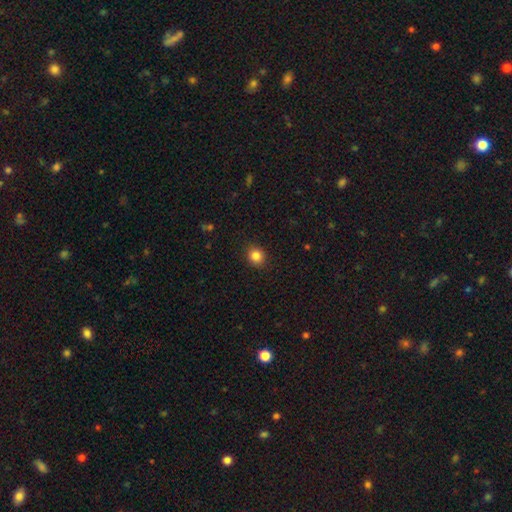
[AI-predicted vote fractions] This appears to be a smooth galaxy with no disk features (85%) that is round (79%). Merging: none (90%).